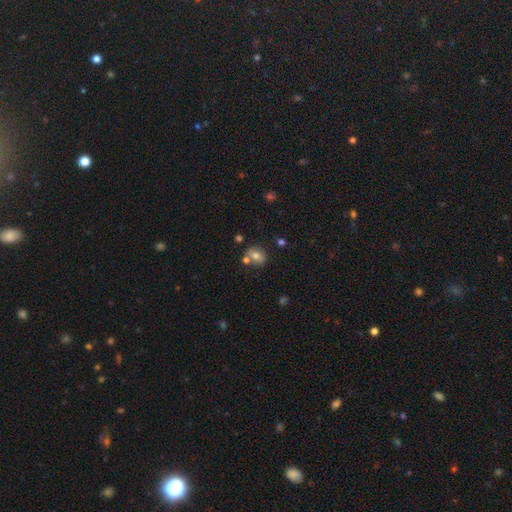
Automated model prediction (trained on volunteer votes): Q: Smooth or featured?
A: smooth (70%); runner-up: featured or disk (18%)
Q: How rounded?
A: round (60%); runner-up: in between (39%)
Q: Merging?
A: none (60%); runner-up: merger (23%)